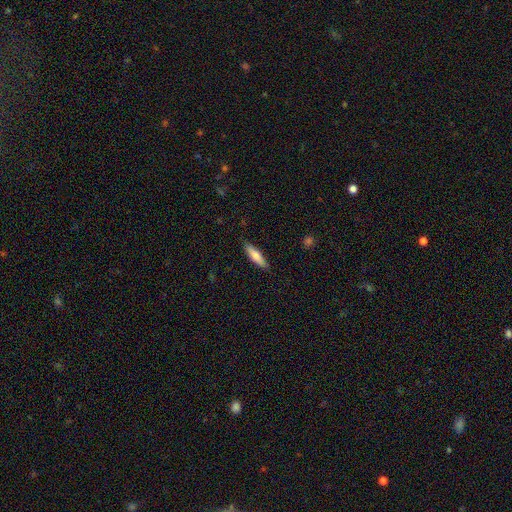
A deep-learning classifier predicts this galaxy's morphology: type=smooth (75%); roundness=cigar-shaped (68%); merging=none (87%).